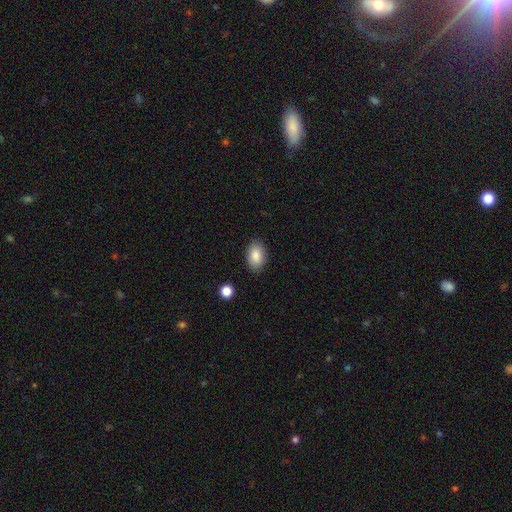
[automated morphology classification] Smooth or featured? smooth (87%)
How rounded? in between (90%)
Merging? none (87%)